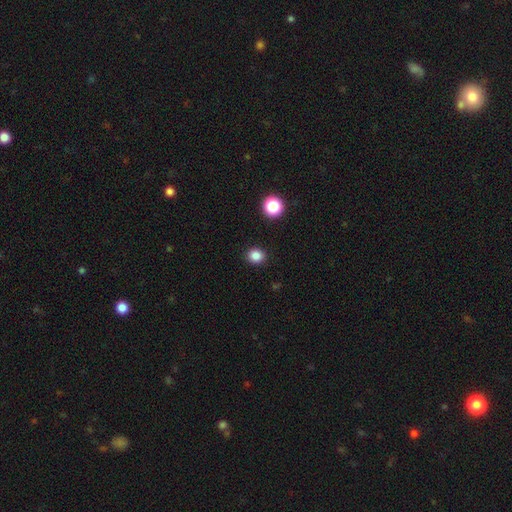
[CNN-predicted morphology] Overall: smooth (84%). How rounded: round (80%). Merging: none (91%).